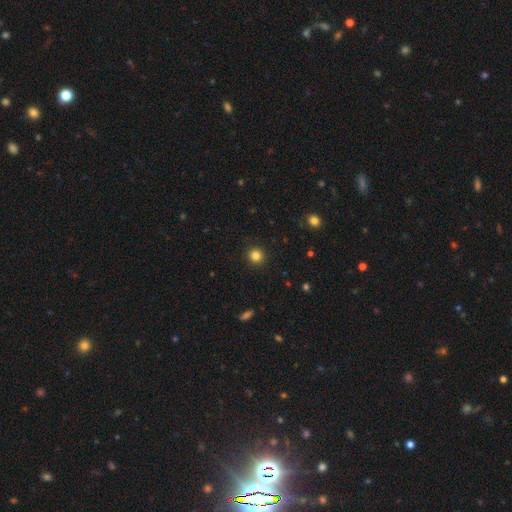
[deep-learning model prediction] Smooth or featured? Predicted: smooth (p=0.82). How rounded? Predicted: round (p=0.95). Merging? Predicted: none (p=0.93).